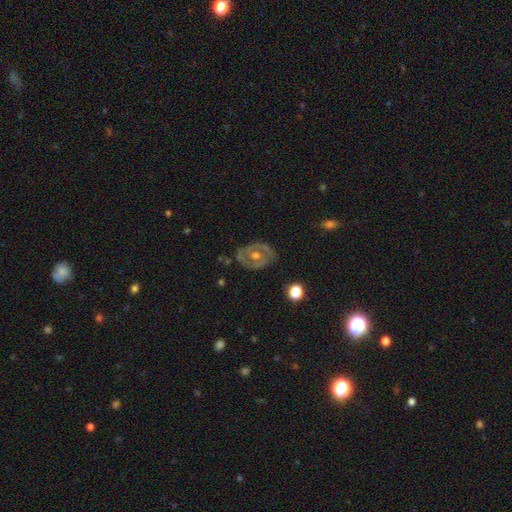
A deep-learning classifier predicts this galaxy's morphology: This appears to be a featured or disk galaxy (72%) with no bar (71%), no spiral arms (51%) and a moderate central bulge (70%). Merging: none (76%).